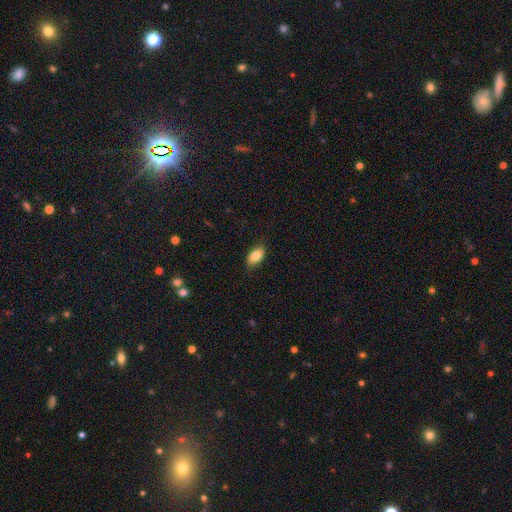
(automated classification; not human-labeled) Q: Smooth or featured?
A: smooth (83%); runner-up: featured or disk (10%)
Q: How rounded?
A: in between (91%); runner-up: round (5%)
Q: Merging?
A: none (83%); runner-up: minor disturbance (14%)